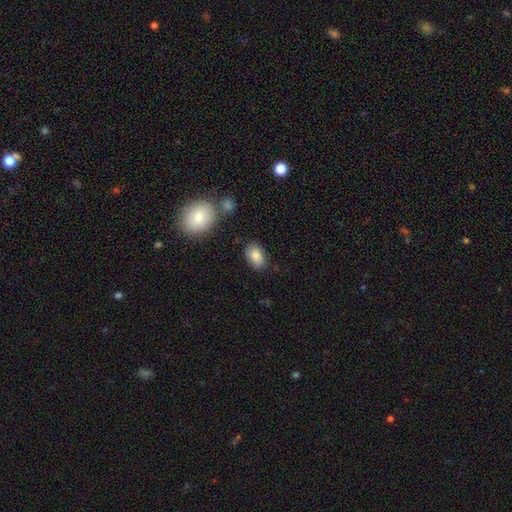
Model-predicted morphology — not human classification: type=smooth (85%); roundness=in between (90%); merging=none (81%).